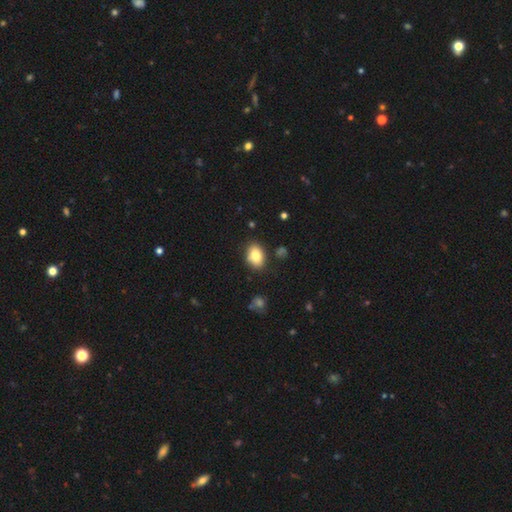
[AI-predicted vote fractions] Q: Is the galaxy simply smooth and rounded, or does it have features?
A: smooth — 82%.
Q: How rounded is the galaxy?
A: in between — 78%.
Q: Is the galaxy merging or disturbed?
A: none — 81%.